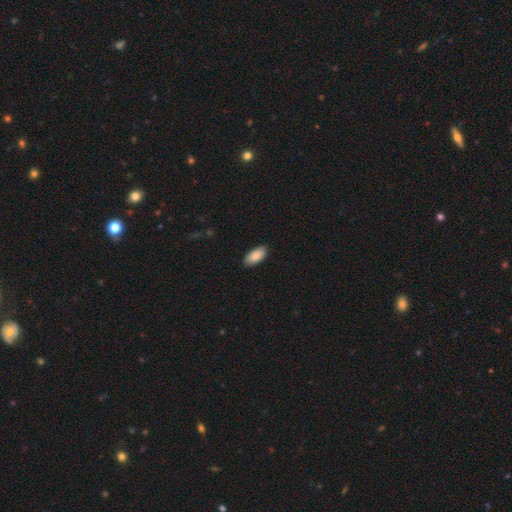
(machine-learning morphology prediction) A smooth galaxy with no disk features (88%) that is in between round and cigar-shaped (93%). Merging: none (88%).